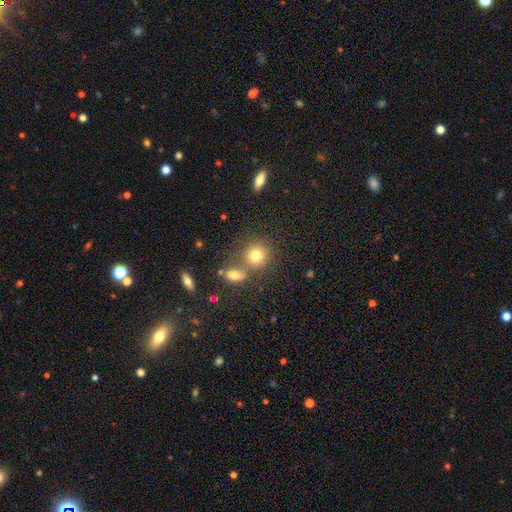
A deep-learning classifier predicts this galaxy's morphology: The model was most divided on "merging": none: 62%, merger: 25%, minor disturbance: 9%, major disturbance: 4%. More confident: how rounded — round (84%); smooth or featured — smooth (77%).